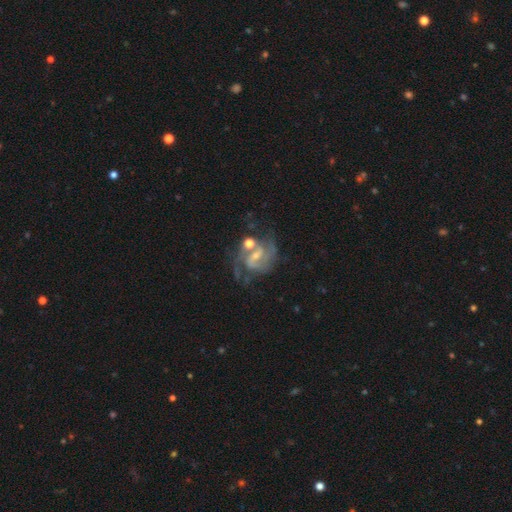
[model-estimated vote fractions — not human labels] Smooth or featured? Predicted: featured or disk (p=0.85). Edge-on disk? Predicted: no (p=0.98). Bar? Predicted: weak (p=0.54). Spiral arms? Predicted: yes (p=0.95). Spiral winding? Predicted: medium (p=0.54). Spiral arm count? Predicted: 2 (p=0.73). Bulge size? Predicted: small (p=0.58). Merging? Predicted: none (p=0.48).